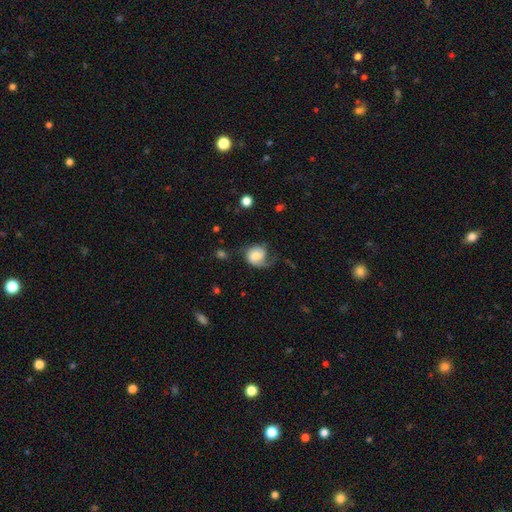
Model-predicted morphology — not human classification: Smooth or featured: featured or disk — 50% (smooth — 42%)
Edge-on disk: no — 97% (yes — 3%)
Merging: none — 41% (major disturbance — 31%)